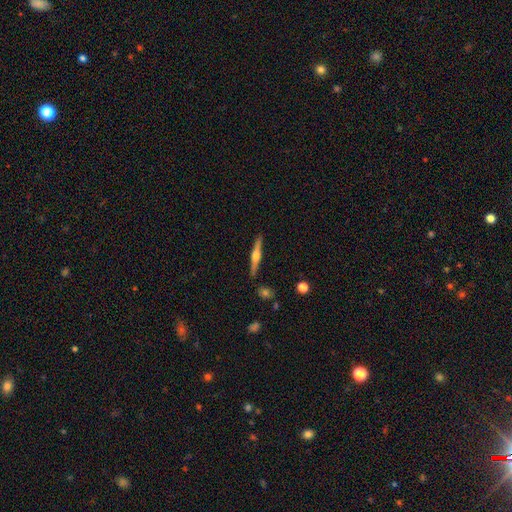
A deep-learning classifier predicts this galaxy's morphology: The model was most divided on "smooth or featured": featured or disk: 72%, smooth: 23%, star or artifact: 6%. More confident: edge-on disk — yes (98%); edge-on bulge — rounded (92%); merging — none (89%).